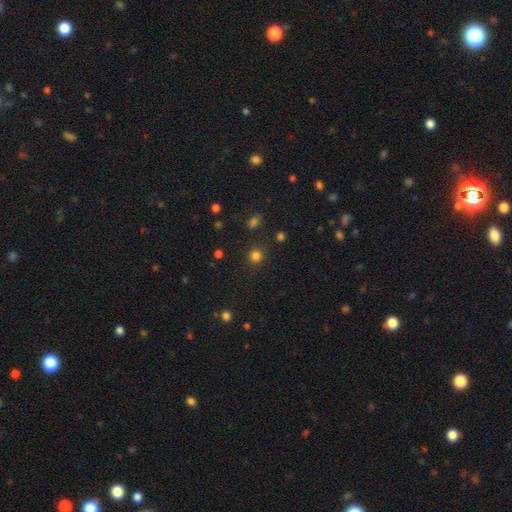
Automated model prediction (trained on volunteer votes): smooth-or-featured: smooth: 80% | star or artifact: 16% | featured or disk: 4%
  how-rounded: round: 90% | in between: 9% | cigar-shaped: 1%
  merging: none: 88% | minor disturbance: 7% | major disturbance: 3% | merger: 2%